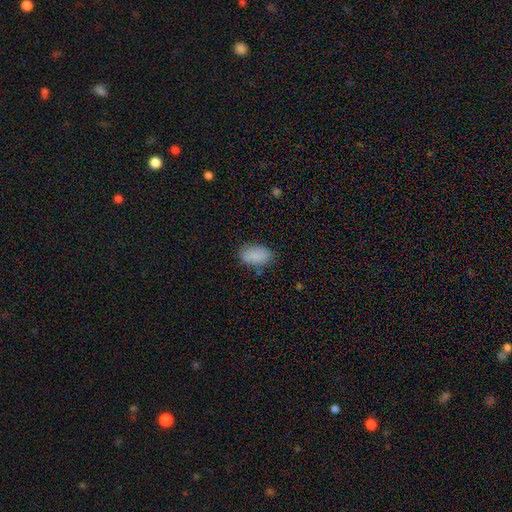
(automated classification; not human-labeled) This is clearly a smooth galaxy (87%). How rounded: clearly in between (91%). Merging: likely none (75%).